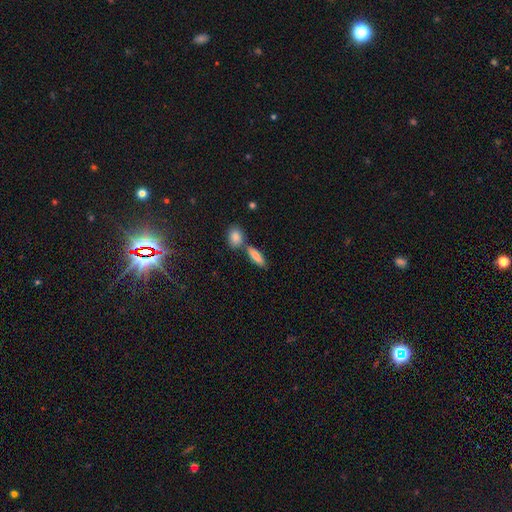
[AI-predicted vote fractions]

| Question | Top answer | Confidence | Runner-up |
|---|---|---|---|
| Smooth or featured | smooth | 82% | featured or disk (11%) |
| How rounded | in between | 50% | cigar-shaped (46%) |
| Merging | none | 60% | merger (26%) |